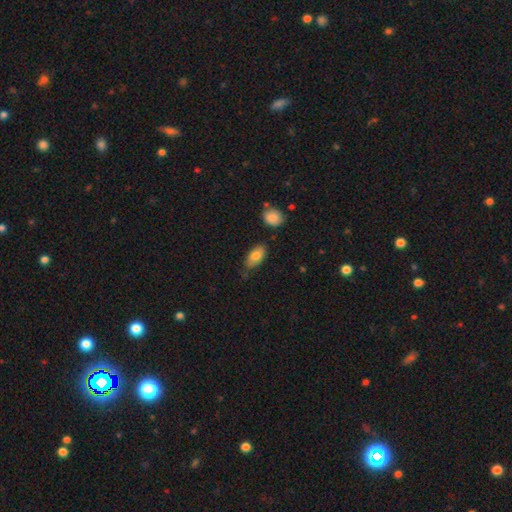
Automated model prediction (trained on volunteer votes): Overall: smooth (79%). How rounded: in between (91%). Merging: none (71%).